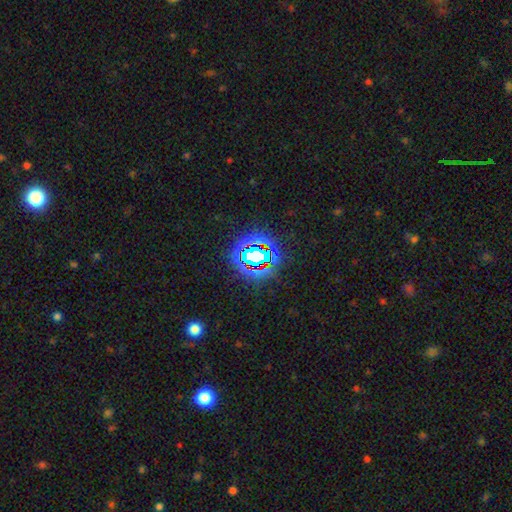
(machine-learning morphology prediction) smooth-or-featured: star or artifact: 73% | smooth: 16% | featured or disk: 11%